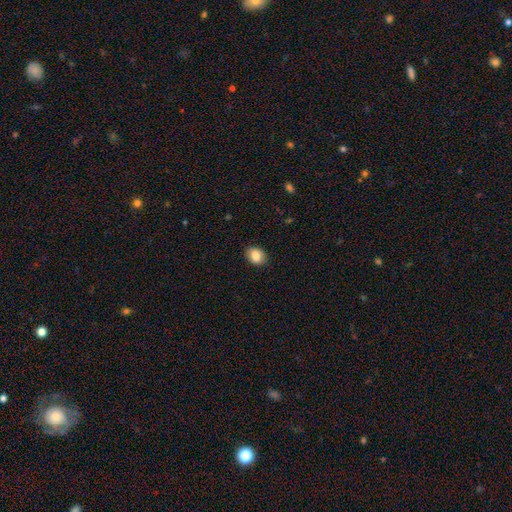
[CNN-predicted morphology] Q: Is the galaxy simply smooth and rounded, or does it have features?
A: smooth — 84%.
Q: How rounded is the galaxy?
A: in between — 64%.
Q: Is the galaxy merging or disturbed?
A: none — 87%.